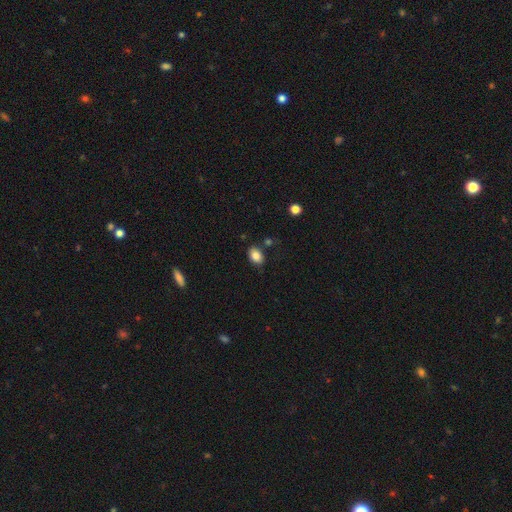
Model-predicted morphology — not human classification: This is clearly a smooth galaxy (85%). How rounded: clearly in between (80%). Merging: clearly none (81%).